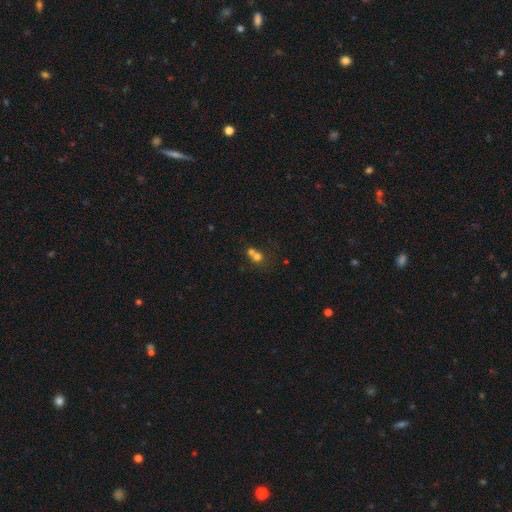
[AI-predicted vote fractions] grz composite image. It shows a smooth galaxy with no disk features (66%) that is round (81%). Merging: merger (59%).